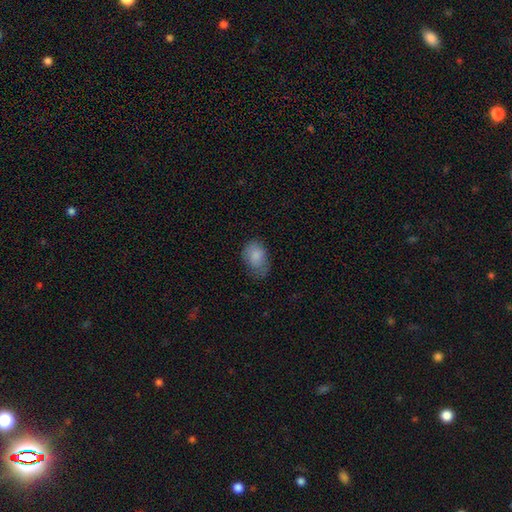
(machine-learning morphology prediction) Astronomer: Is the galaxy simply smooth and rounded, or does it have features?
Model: smooth — 83%.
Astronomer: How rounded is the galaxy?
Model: in between — 82%.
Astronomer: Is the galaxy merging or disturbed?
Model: none — 58%.